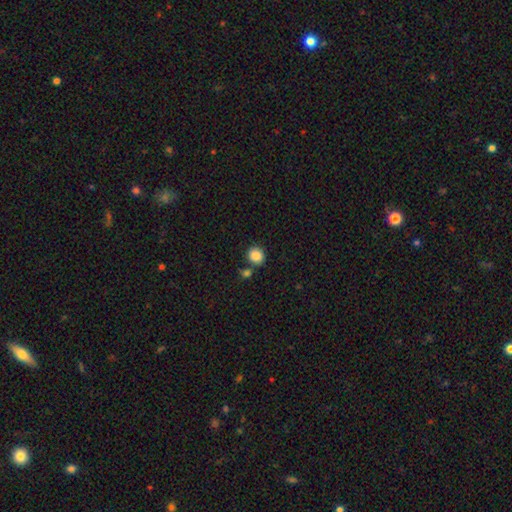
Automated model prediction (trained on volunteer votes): This appears to be a smooth galaxy with no disk features (86%) that is round (81%). Merging: none (73%).